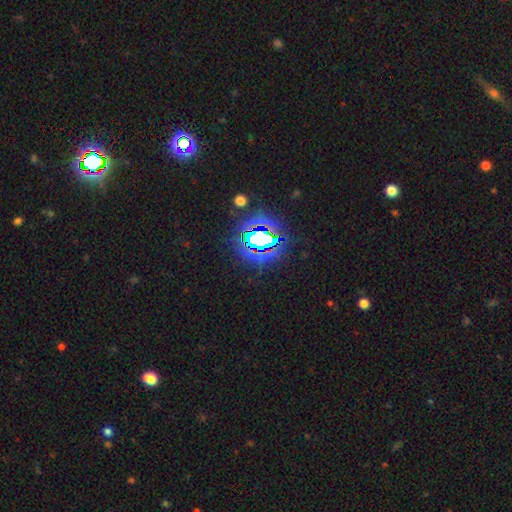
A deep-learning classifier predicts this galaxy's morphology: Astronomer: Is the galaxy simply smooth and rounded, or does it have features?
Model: star or artifact — 83%.